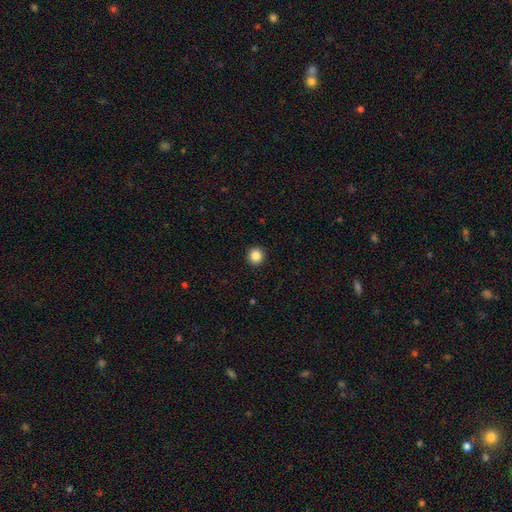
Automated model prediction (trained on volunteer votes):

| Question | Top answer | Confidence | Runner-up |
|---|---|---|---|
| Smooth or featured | smooth | 87% | star or artifact (10%) |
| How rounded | round | 94% | in between (5%) |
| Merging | none | 93% | minor disturbance (4%) |